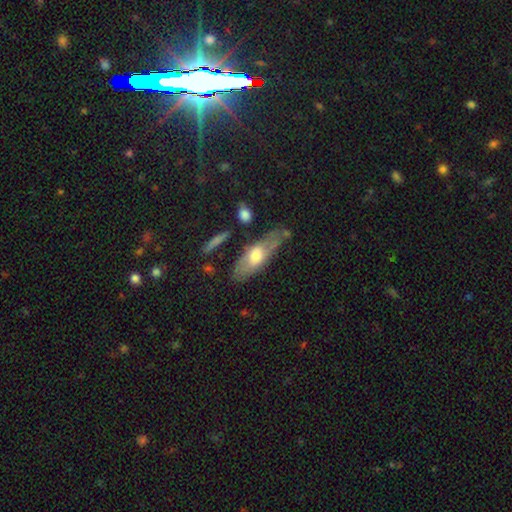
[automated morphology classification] type=smooth (52%); roundness=in between (65%); merging=none (57%).